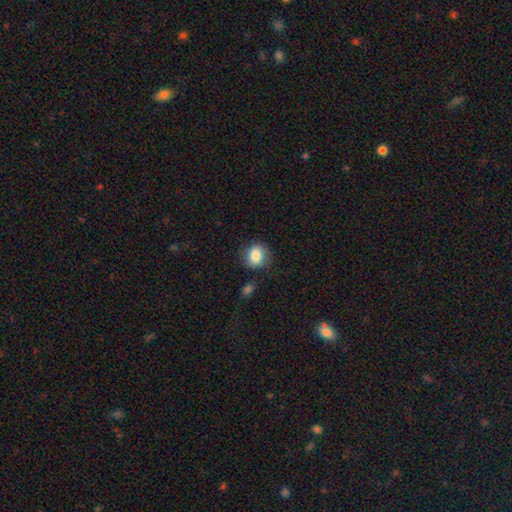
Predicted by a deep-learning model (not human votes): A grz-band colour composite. It shows a smooth galaxy with no disk features (85%) that is round (63%). Merging: none (77%).